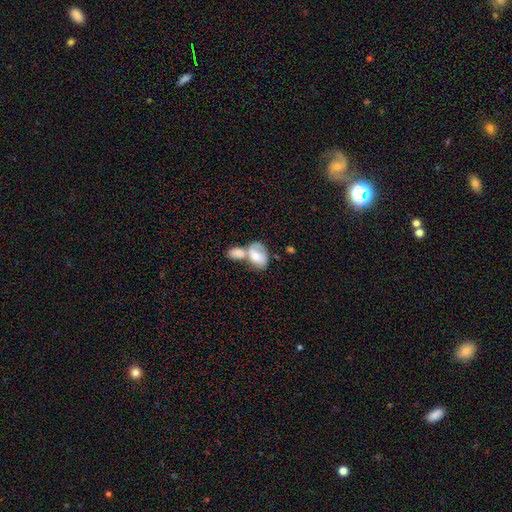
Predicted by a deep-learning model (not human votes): smooth-or-featured: smooth: 65% | featured or disk: 29% | star or artifact: 6%
  how-rounded: in between: 86% | round: 12% | cigar-shaped: 2%
  merging: merger: 70% | none: 15% | minor disturbance: 9% | major disturbance: 6%